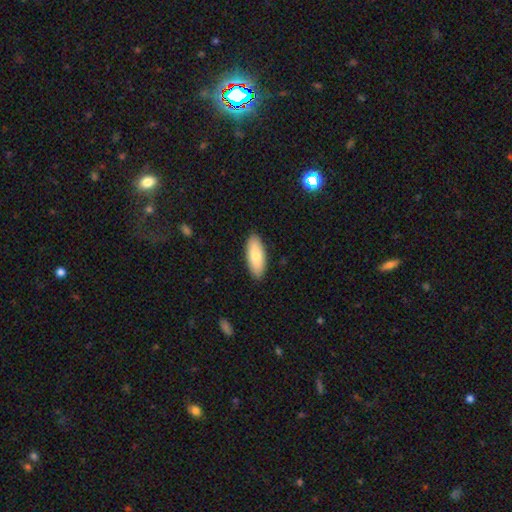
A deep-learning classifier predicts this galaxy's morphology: Q: Smooth or featured?
A: smooth (77%); runner-up: featured or disk (17%)
Q: How rounded?
A: in between (79%); runner-up: cigar-shaped (19%)
Q: Merging?
A: none (89%); runner-up: minor disturbance (8%)